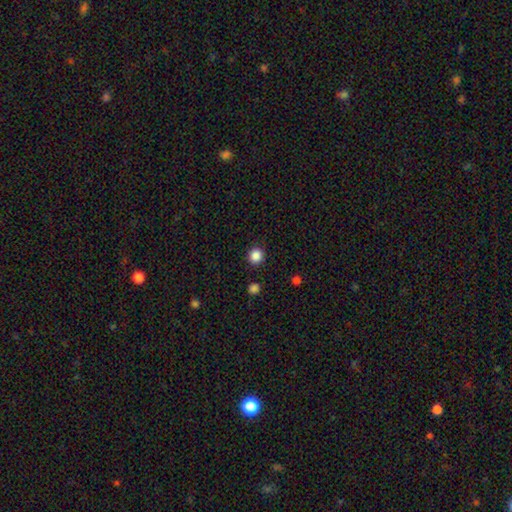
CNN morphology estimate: The model was most divided on "smooth or featured": smooth: 86%, star or artifact: 11%, featured or disk: 3%. More confident: how rounded — round (93%); merging — none (90%).